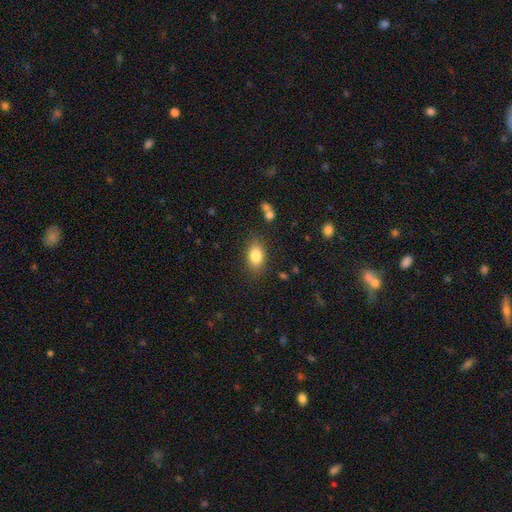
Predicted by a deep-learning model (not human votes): Overall: smooth (83%). How rounded: in between (84%). Merging: none (83%).